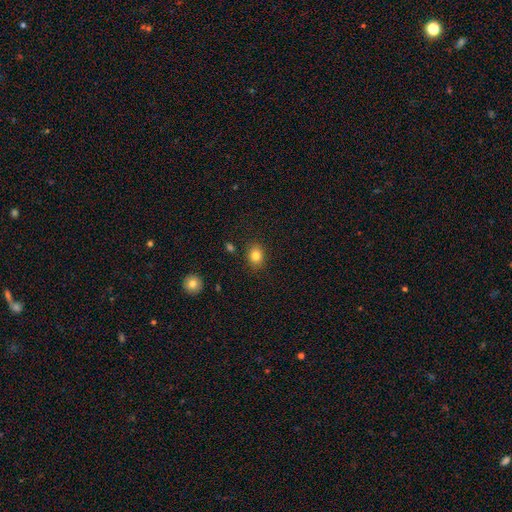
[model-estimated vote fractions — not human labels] A smooth galaxy with no disk features (82%) that is round (53%). Merging: none (86%).